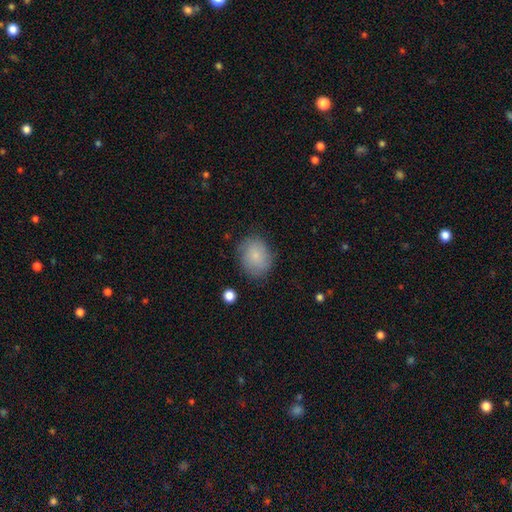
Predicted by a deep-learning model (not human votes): A smooth galaxy with no disk features (80%) that is in between round and cigar-shaped (50%). Merging: none (77%).